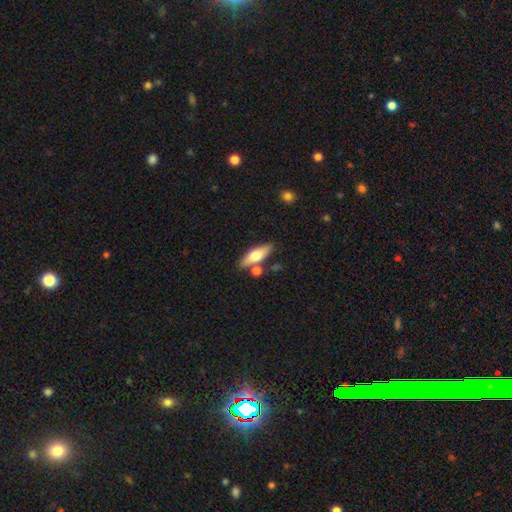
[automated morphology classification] smooth-or-featured: smooth: 58% | featured or disk: 36% | star or artifact: 6%
  how-rounded: in between: 52% | cigar-shaped: 45% | round: 4%
  merging: none: 74% | merger: 13% | minor disturbance: 11% | major disturbance: 3%